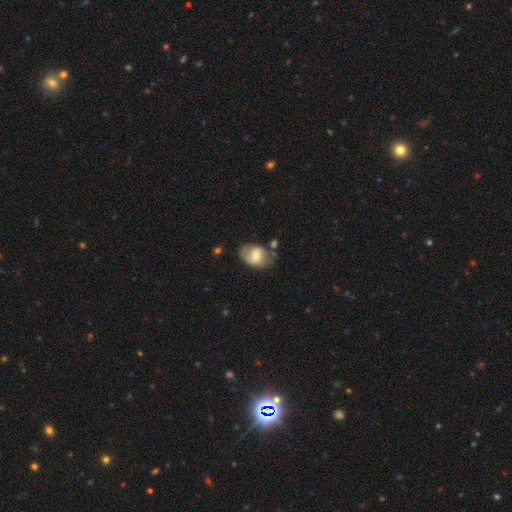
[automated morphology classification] smooth 53%, featured or disk 40%, star or artifact 7%. Down the decision tree: how rounded — in between (75%); merging — none (59%).